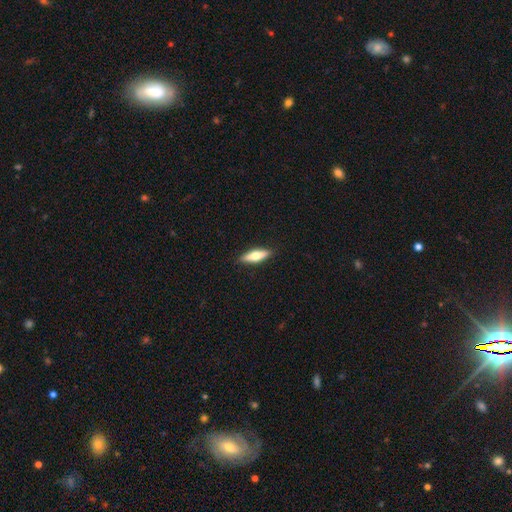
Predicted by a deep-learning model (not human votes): The model was most divided on "how rounded": cigar-shaped: 54%, in between: 44%, round: 2%. More confident: merging — none (89%); smooth or featured — smooth (58%).